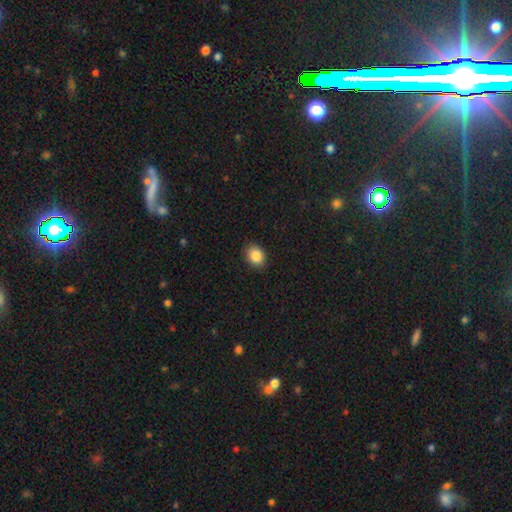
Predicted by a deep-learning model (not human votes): Smooth or featured? smooth (87%)
How rounded? in between (59%)
Merging? none (88%)